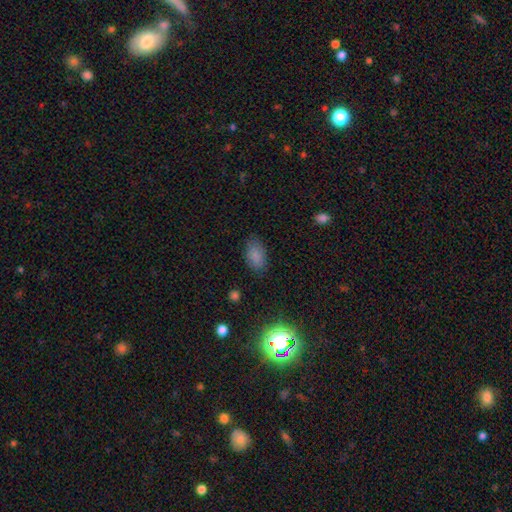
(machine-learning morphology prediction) smooth-or-featured: smooth: 83% | star or artifact: 11% | featured or disk: 6%
  how-rounded: in between: 91% | round: 7% | cigar-shaped: 2%
  merging: none: 83% | minor disturbance: 12% | major disturbance: 3% | merger: 1%